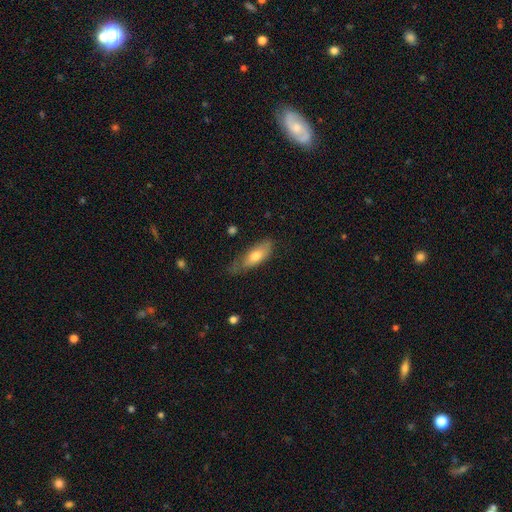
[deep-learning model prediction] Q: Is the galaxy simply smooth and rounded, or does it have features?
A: smooth — 67%.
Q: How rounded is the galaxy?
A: in between — 66%.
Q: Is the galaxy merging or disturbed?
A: none — 53%.